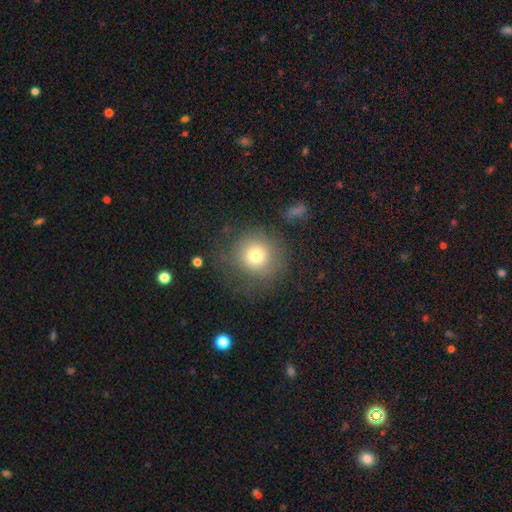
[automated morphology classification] A smooth galaxy with no disk features (74%) that is round (90%).

Vote fractions:
- Smooth or featured? smooth: 74% / featured or disk: 13% / star or artifact: 12%
- How rounded? round: 90% / in between: 9% / cigar-shaped: 1%
- Merging? none: 74% / minor disturbance: 15% / major disturbance: 9% / merger: 2%